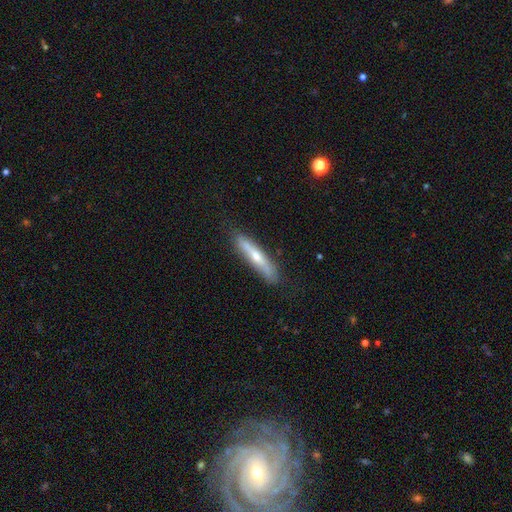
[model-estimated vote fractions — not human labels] Smooth or featured? smooth (47%)
Merging? none (82%)